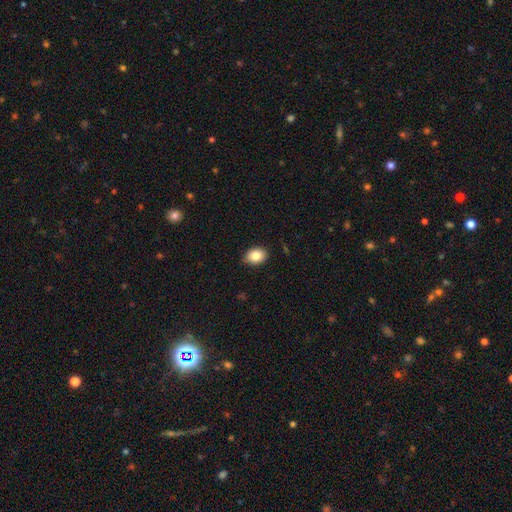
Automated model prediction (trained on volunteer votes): Smooth or featured? Predicted: smooth (p=0.84). How rounded? Predicted: in between (p=0.71). Merging? Predicted: none (p=0.85).